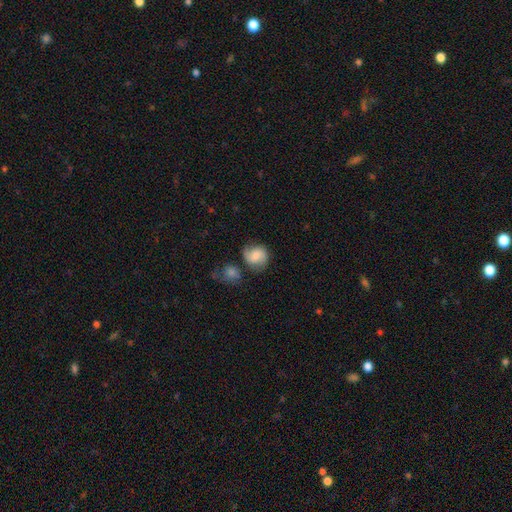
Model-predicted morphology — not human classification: smooth-or-featured: smooth: 56% | featured or disk: 36% | star or artifact: 8%
  how-rounded: round: 76% | in between: 23% | cigar-shaped: 1%
  merging: none: 60% | minor disturbance: 20% | merger: 13% | major disturbance: 7%